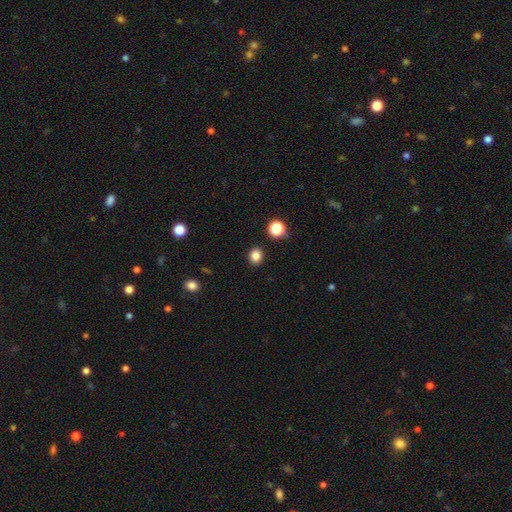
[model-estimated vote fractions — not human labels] Morphology: type=smooth (84%); roundness=round (70%); merging=none (90%).